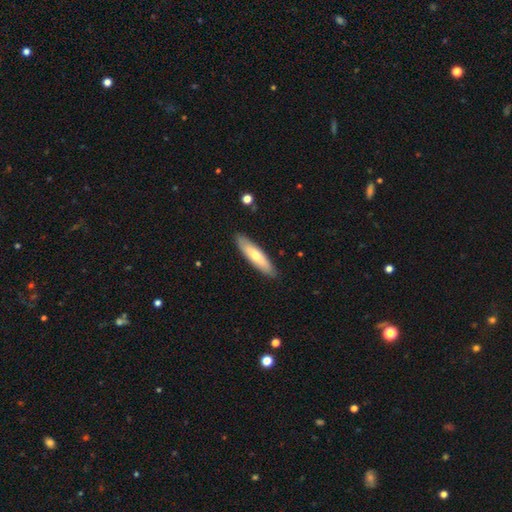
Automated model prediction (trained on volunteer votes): Smooth or featured? smooth (62%)
How rounded? cigar-shaped (71%)
Merging? none (88%)